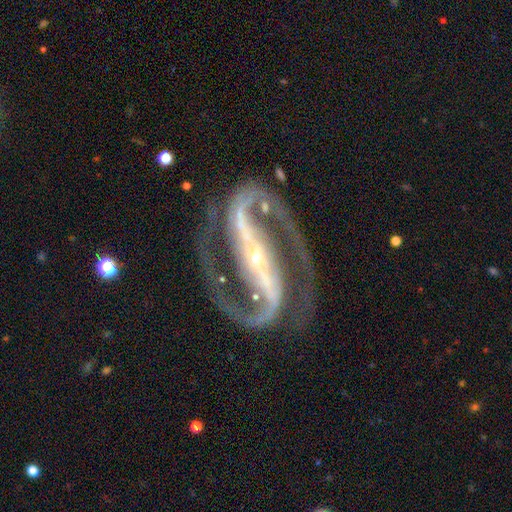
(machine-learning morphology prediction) Smooth or featured: featured or disk — 94% (star or artifact — 4%)
Edge-on disk: no — 97% (yes — 3%)
Bar: strong — 82% (weak — 10%)
Spiral arms: yes — 99% (no — 1%)
Spiral winding: medium — 62% (tight — 24%)
Spiral arm count: 2 — 95% (can't tell — 1%)
Bulge size: small — 84% (moderate — 13%)
Merging: none — 83% (minor disturbance — 10%)